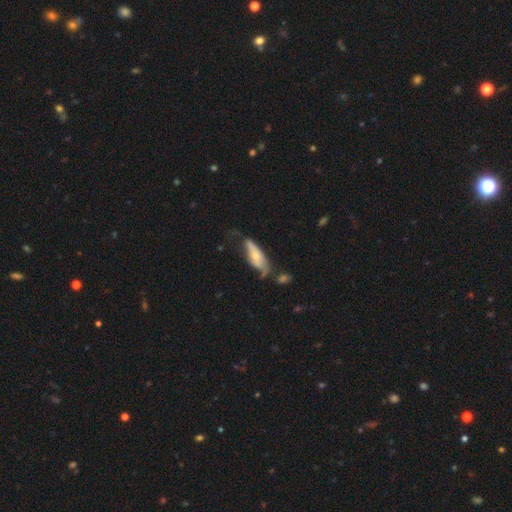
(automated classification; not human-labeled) smooth_or_featured: smooth (p=0.52) [alt: featured or disk p=0.42]
how_rounded: in between (p=0.59) [alt: cigar-shaped p=0.39]
merging: none (p=0.37) [alt: minor disturbance p=0.34]